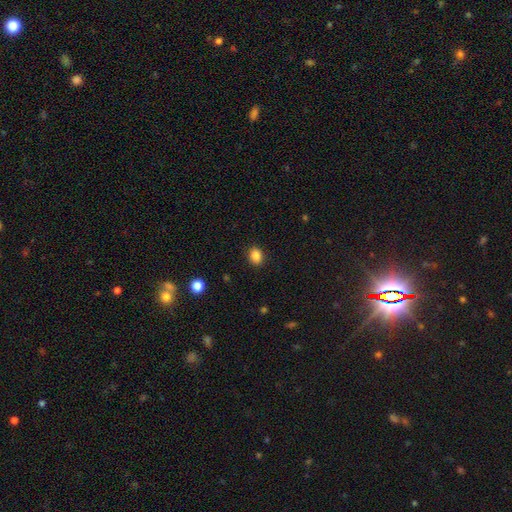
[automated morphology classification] type=smooth (86%); roundness=round (52%); merging=none (90%).